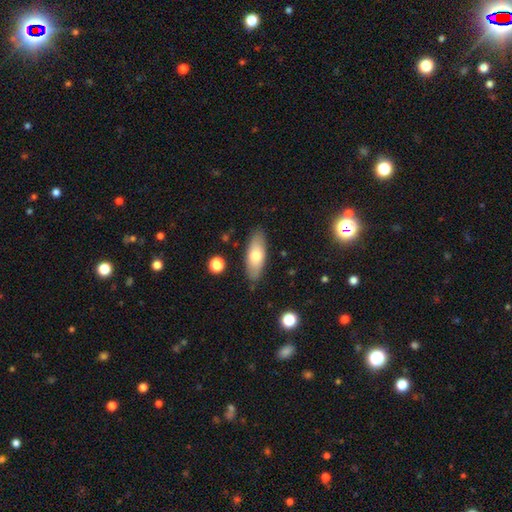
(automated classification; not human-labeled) A smooth galaxy with no disk features (69%) that is in between round and cigar-shaped (71%).

Vote fractions:
- Smooth or featured? smooth: 69% / featured or disk: 25% / star or artifact: 6%
- How rounded? in between: 71% / cigar-shaped: 27% / round: 2%
- Merging? none: 84% / minor disturbance: 11% / major disturbance: 2% / merger: 2%